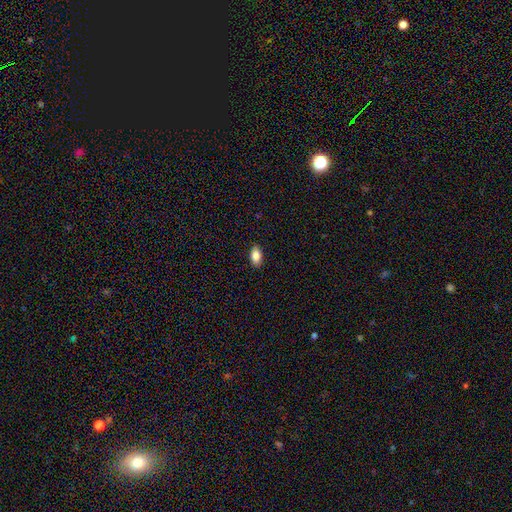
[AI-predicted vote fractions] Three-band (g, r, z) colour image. It shows a smooth galaxy with no disk features (86%) that is in between round and cigar-shaped (91%). Merging: none (88%).